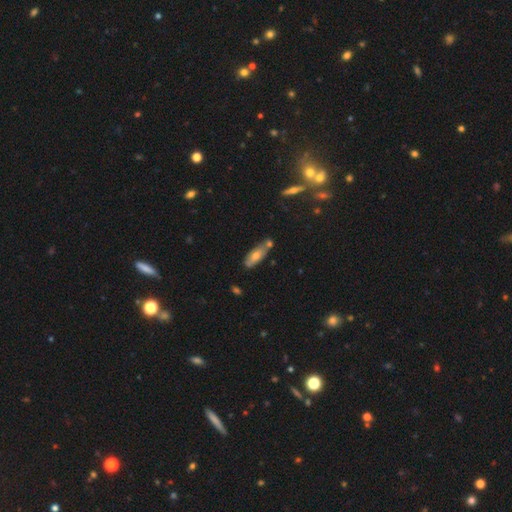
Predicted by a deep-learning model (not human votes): Morphology: type=smooth (60%); roundness=in between (61%); merging=none (60%).